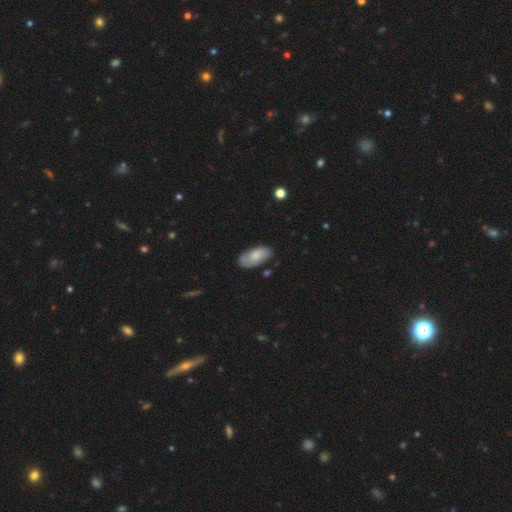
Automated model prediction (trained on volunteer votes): Smooth or featured: smooth — 71% (featured or disk — 23%)
How rounded: in between — 93% (cigar-shaped — 5%)
Merging: none — 76% (minor disturbance — 18%)